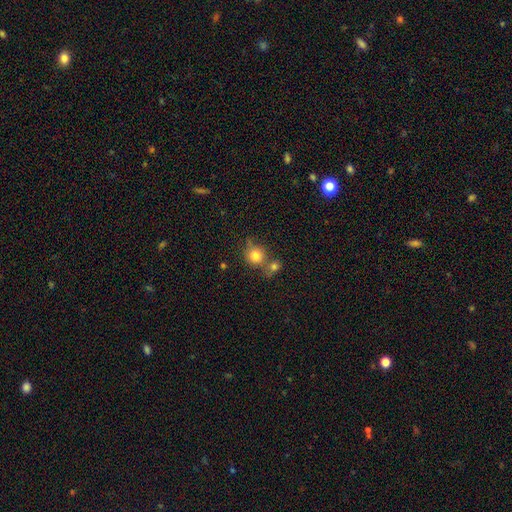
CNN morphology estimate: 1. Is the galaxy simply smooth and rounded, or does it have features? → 79% smooth, 11% star or artifact, 10% featured or disk.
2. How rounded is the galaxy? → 87% round, 12% in between, 1% cigar-shaped.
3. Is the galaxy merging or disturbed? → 53% none, 32% merger, 11% minor disturbance, 4% major disturbance.